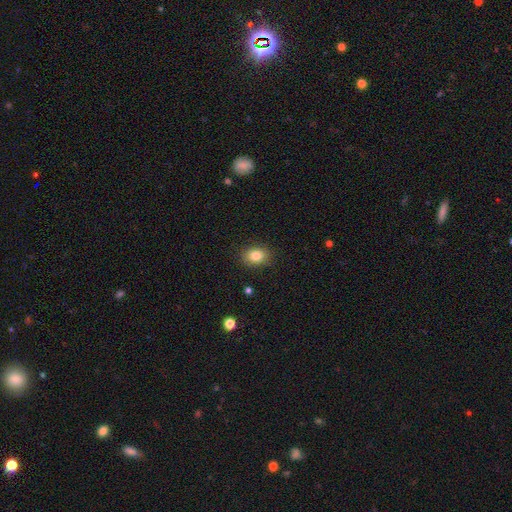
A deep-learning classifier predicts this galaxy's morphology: type=smooth (83%); roundness=in between (61%); merging=none (88%).